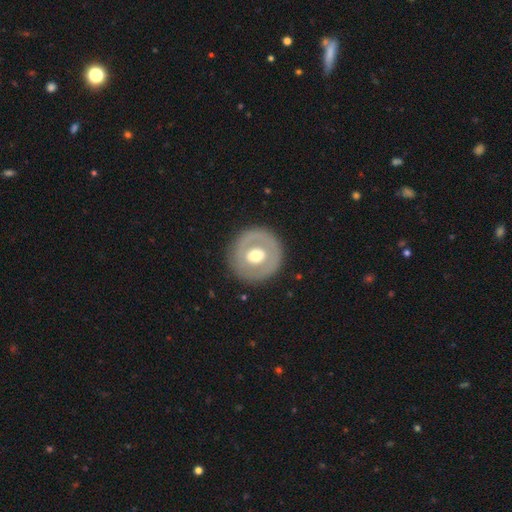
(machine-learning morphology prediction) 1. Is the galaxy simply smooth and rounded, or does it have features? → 52% featured or disk, 42% smooth, 6% star or artifact.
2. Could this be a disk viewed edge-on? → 96% no, 4% yes.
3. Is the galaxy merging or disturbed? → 84% none, 10% minor disturbance, 5% major disturbance, 1% merger.